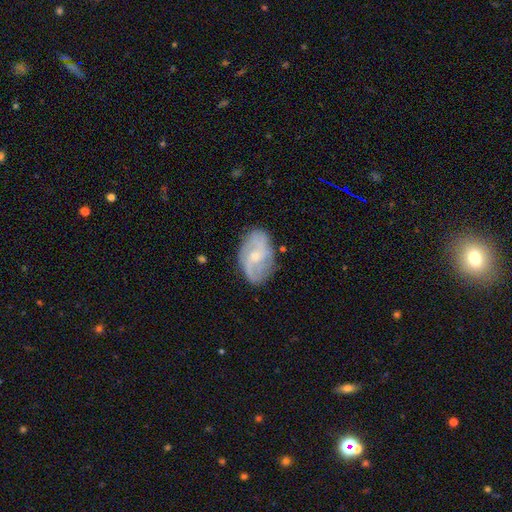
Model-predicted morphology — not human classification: smooth-or-featured: featured or disk: 74% | smooth: 20% | star or artifact: 6%
  disk-edge-on: no: 96% | yes: 4%
    bar: no: 56% | weak: 38% | strong: 6%
    has-spiral-arms: yes: 89% | no: 11%
      spiral-winding: medium: 43% | loose: 31% | tight: 26%
      spiral-arm-count: 2: 48% | can't tell: 25% | 3: 15% | 4: 5% | 1: 4% | more than 4: 3%
    bulge-size: small: 61% | moderate: 33% | none: 4% | large: 1% | dominant: 1%
  merging: none: 73% | minor disturbance: 19% | major disturbance: 6% | merger: 2%